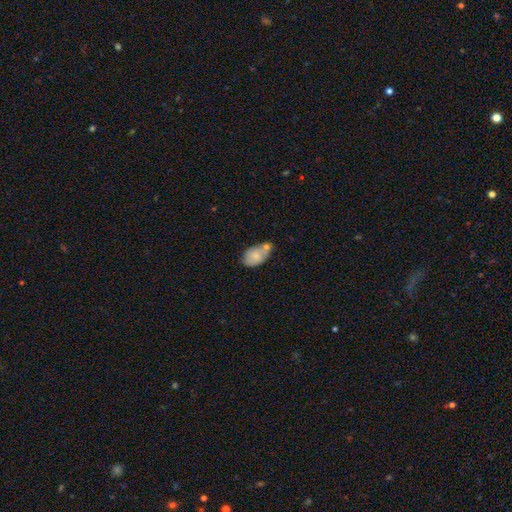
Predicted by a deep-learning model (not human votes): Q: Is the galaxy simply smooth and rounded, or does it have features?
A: smooth — 75%.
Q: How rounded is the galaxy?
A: in between — 89%.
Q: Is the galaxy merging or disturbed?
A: none — 41%.